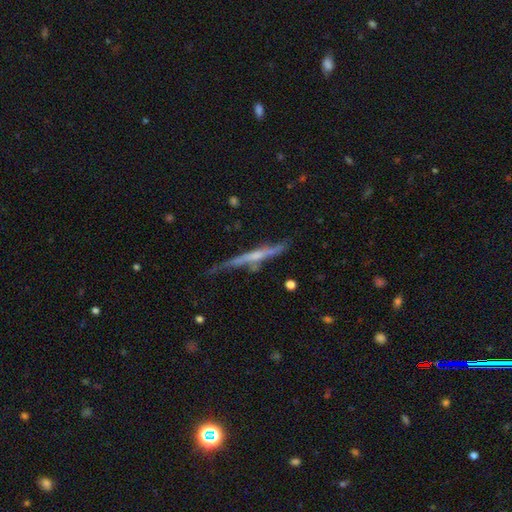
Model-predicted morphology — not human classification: This is likely a featured or disk galaxy (65%). It is clearly viewed edge-on (92%). Edge-on bulge: possibly none (53%). Merging: possibly none (58%).